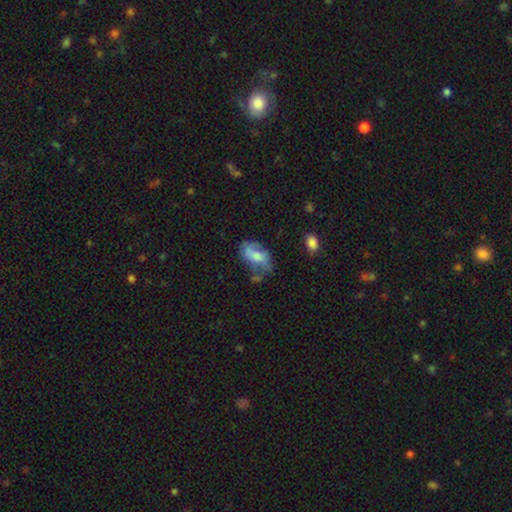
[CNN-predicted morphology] smooth_or_featured: smooth (p=0.50) [alt: featured or disk p=0.42]
merging: none (p=0.38) [alt: minor disturbance p=0.31]